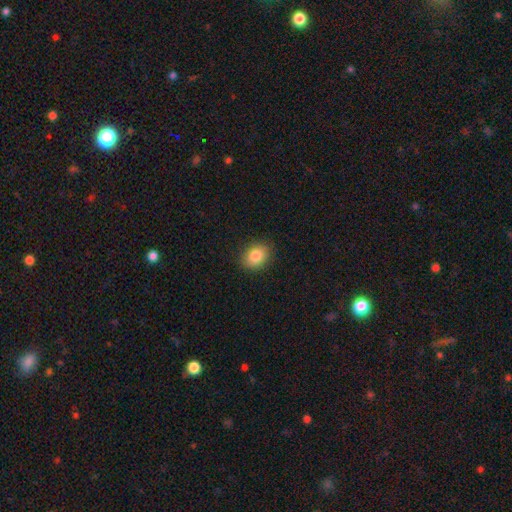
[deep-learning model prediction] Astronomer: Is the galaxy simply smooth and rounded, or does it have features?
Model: smooth — 84%.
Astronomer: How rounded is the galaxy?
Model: round — 55% (runner-up: in between, 44%).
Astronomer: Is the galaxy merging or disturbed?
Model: none — 87%.